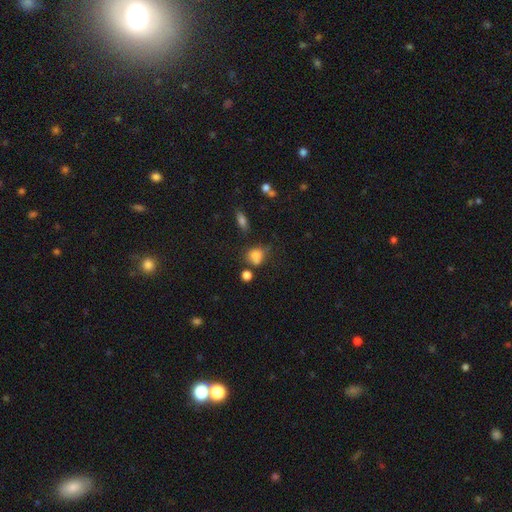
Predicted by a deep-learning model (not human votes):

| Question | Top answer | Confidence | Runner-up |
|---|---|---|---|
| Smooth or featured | smooth | 75% | star or artifact (14%) |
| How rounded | round | 63% | in between (36%) |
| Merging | none | 45% | merger (24%) |